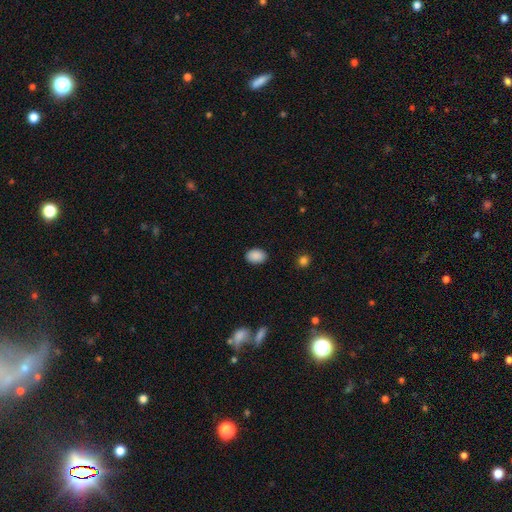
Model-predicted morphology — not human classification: type=smooth (89%); roundness=in between (80%); merging=none (88%).